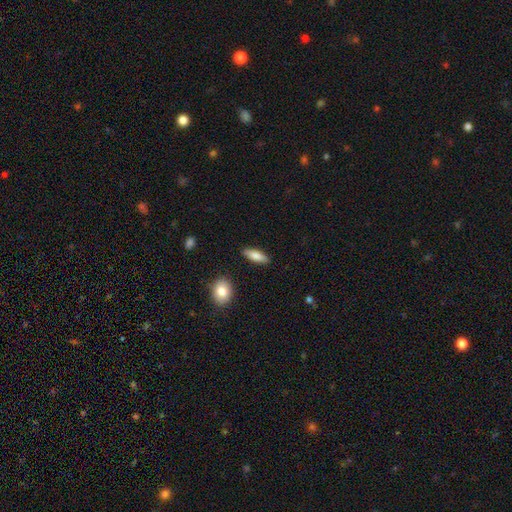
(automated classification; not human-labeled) Smooth or featured? Predicted: smooth (p=0.77). How rounded? Predicted: in between (p=0.57). Merging? Predicted: none (p=0.88).